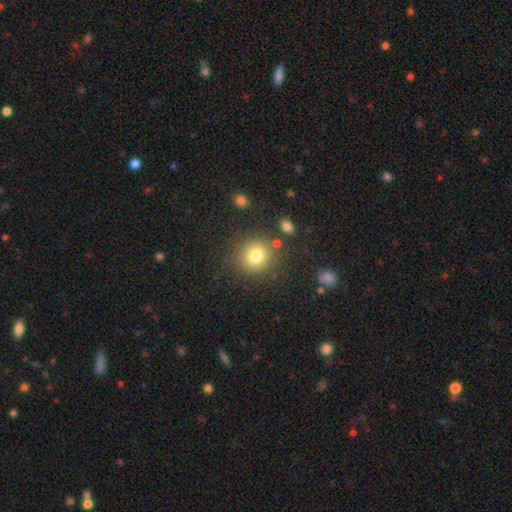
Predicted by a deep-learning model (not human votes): smooth_or_featured: smooth (p=0.78) [alt: star or artifact p=0.13]
how_rounded: round (p=0.90) [alt: in between p=0.09]
merging: none (p=0.83) [alt: minor disturbance p=0.09]